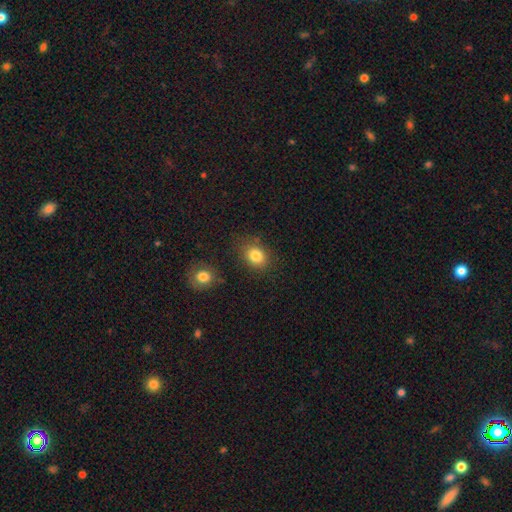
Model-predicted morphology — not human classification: Smooth or featured? Predicted: smooth (p=0.83). How rounded? Predicted: in between (p=0.51). Merging? Predicted: none (p=0.77).